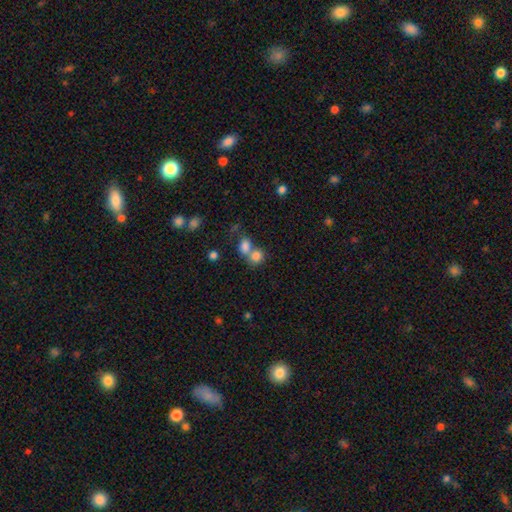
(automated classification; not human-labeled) Smooth or featured? Predicted: smooth (p=0.79). How rounded? Predicted: round (p=0.67). Merging? Predicted: merger (p=0.55).